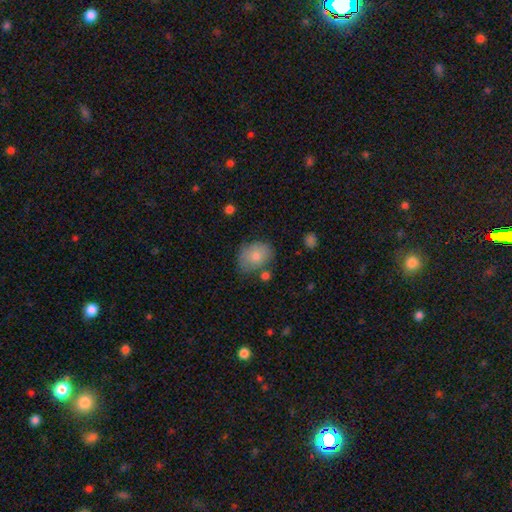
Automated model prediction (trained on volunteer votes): smooth-or-featured: smooth: 78% | featured or disk: 16% | star or artifact: 7%
  how-rounded: in between: 64% | round: 35% | cigar-shaped: 1%
  merging: none: 65% | minor disturbance: 22% | major disturbance: 6% | merger: 6%